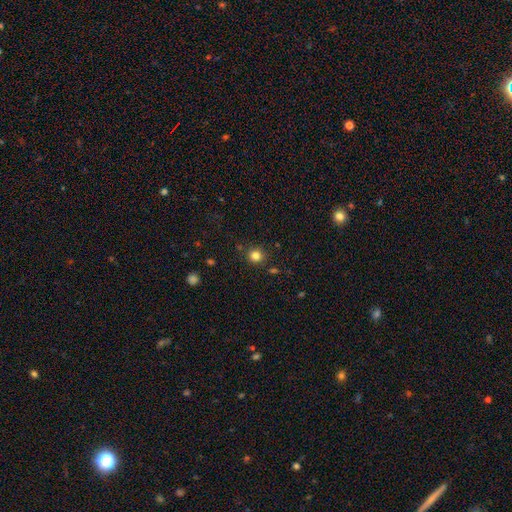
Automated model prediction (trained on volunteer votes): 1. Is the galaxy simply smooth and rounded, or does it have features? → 82% smooth, 13% star or artifact, 5% featured or disk.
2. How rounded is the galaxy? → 91% round, 8% in between, 1% cigar-shaped.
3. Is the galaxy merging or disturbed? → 86% none, 8% minor disturbance, 3% merger, 3% major disturbance.